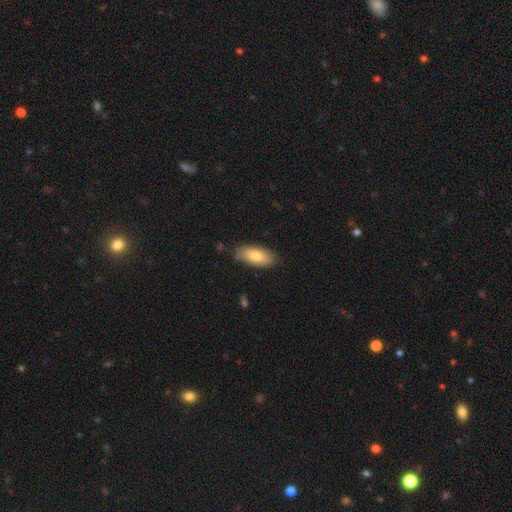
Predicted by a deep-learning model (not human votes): Q: Smooth or featured?
A: smooth (79%); runner-up: featured or disk (15%)
Q: How rounded?
A: in between (89%); runner-up: cigar-shaped (9%)
Q: Merging?
A: none (82%); runner-up: minor disturbance (14%)